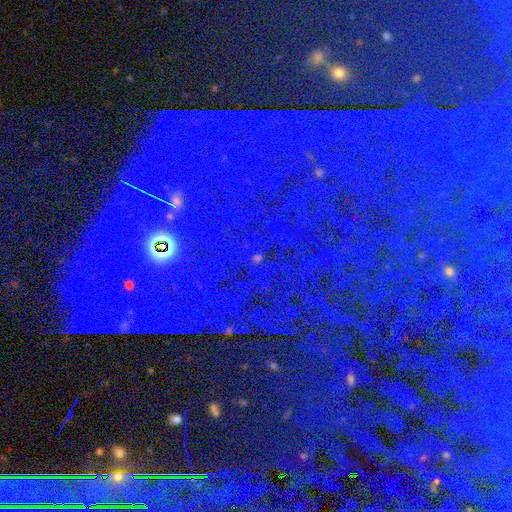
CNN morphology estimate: Overall: star or artifact (86%).